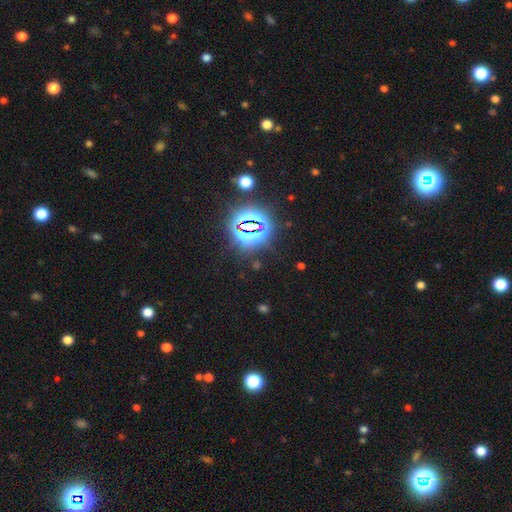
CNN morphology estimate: Overall: star or artifact (84%).